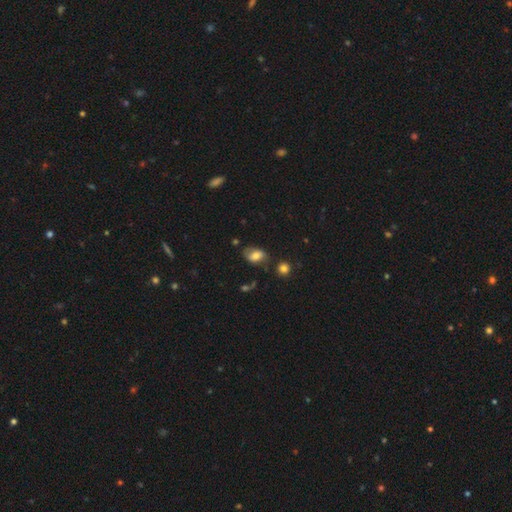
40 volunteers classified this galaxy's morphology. Overall: smooth (72%). How rounded: in between (86%). Merging: none (42%; minor disturbance 26%).